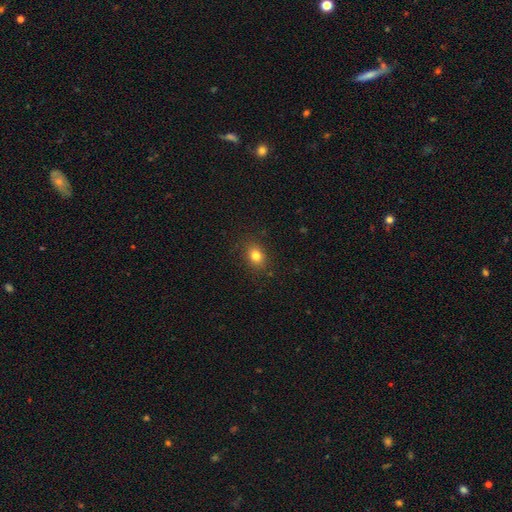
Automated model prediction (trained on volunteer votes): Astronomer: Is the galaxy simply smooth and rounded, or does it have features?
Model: smooth — 81%.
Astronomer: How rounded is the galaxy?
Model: in between — 54% (runner-up: round, 45%).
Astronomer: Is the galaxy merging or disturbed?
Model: none — 86%.